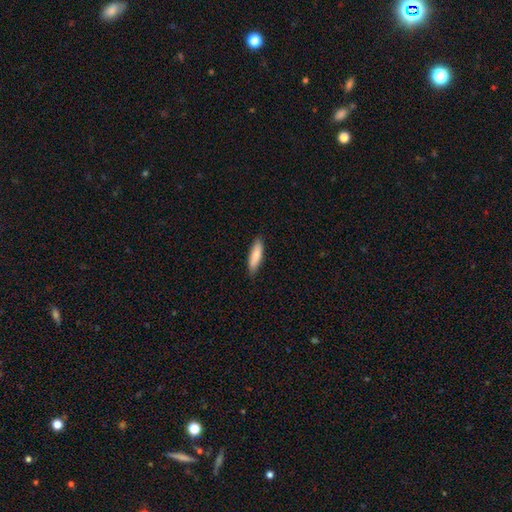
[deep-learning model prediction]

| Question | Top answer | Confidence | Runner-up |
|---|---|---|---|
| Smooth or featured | smooth | 82% | featured or disk (12%) |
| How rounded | cigar-shaped | 64% | in between (35%) |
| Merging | none | 86% | minor disturbance (11%) |